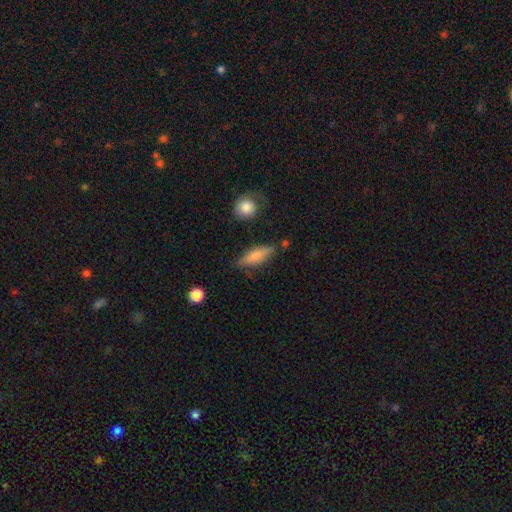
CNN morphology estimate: smooth_or_featured: smooth (p=0.74) [alt: featured or disk p=0.19]
how_rounded: in between (p=0.52) [alt: cigar-shaped p=0.45]
merging: none (p=0.72) [alt: minor disturbance p=0.19]